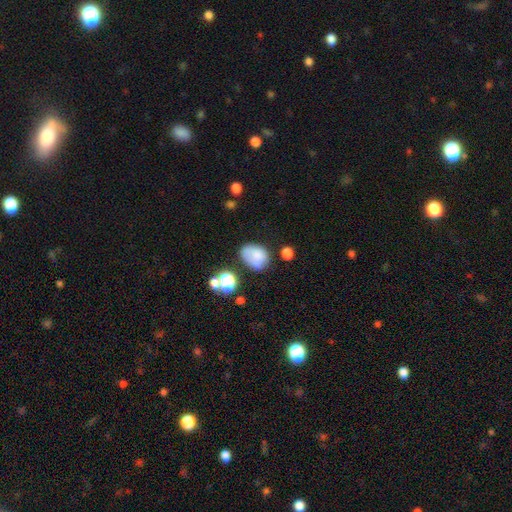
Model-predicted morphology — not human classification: smooth-or-featured: smooth: 73% | featured or disk: 15% | star or artifact: 12%
  how-rounded: in between: 69% | round: 30% | cigar-shaped: 1%
  merging: none: 48% | minor disturbance: 28% | major disturbance: 13% | merger: 12%